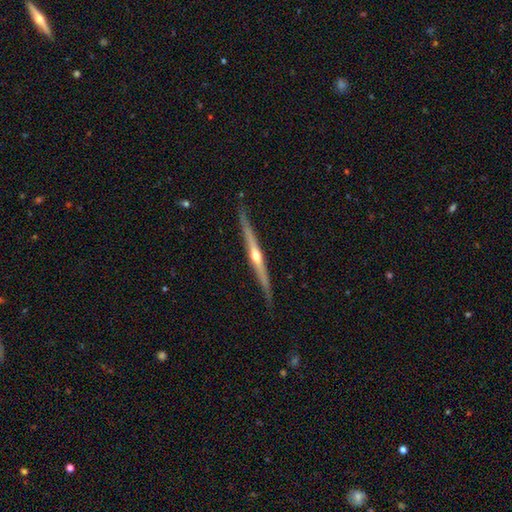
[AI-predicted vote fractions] Morphology: type=featured or disk (79%); edge-on=yes (98%); edge-on bulge=rounded (86%); merging=none (86%).